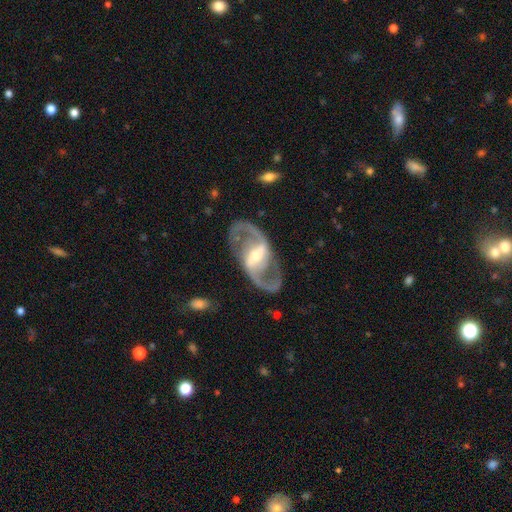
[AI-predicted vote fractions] Smooth or featured? featured or disk (92%)
Edge-on disk? no (97%)
Bar? strong (58%)
Spiral arms? yes (97%)
Spiral winding? medium (57%)
Spiral arm count? 2 (94%)
Bulge size? moderate (54%)
Merging? none (84%)